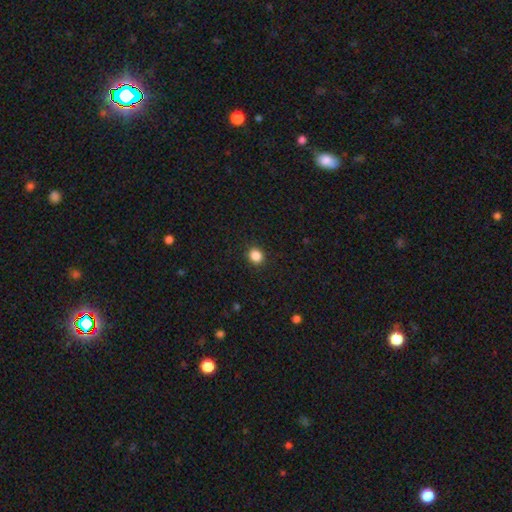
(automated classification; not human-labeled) Q: Smooth or featured?
A: smooth (86%); runner-up: star or artifact (11%)
Q: How rounded?
A: round (81%); runner-up: in between (18%)
Q: Merging?
A: none (91%); runner-up: minor disturbance (6%)